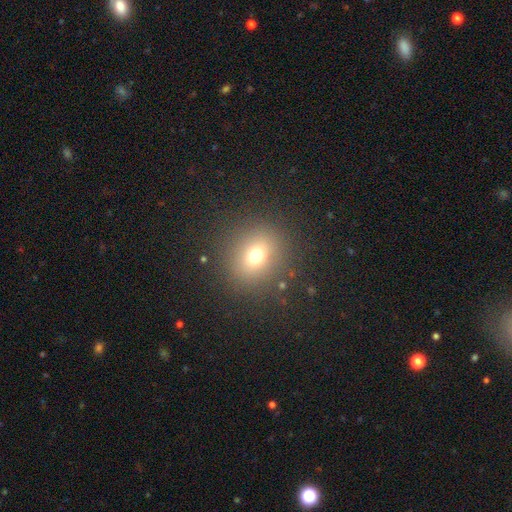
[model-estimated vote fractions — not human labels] smooth-or-featured: smooth: 69% | star or artifact: 19% | featured or disk: 11%
  how-rounded: round: 81% | in between: 18% | cigar-shaped: 1%
  merging: none: 86% | minor disturbance: 7% | major disturbance: 5% | merger: 2%